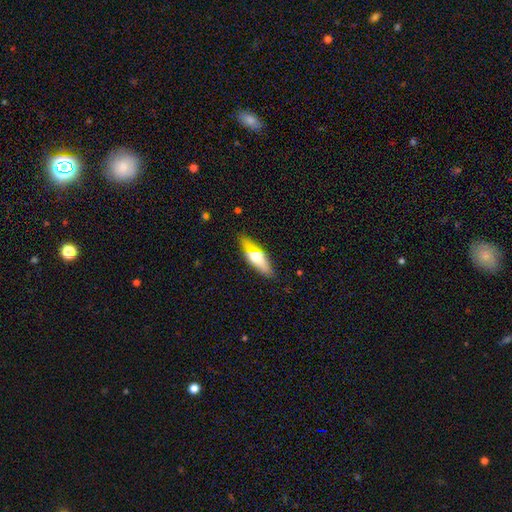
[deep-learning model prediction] smooth_or_featured: smooth (p=0.56) [alt: featured or disk p=0.37]
how_rounded: in between (p=0.48) [tied with: cigar-shaped p=0.48]
merging: none (p=0.83) [alt: minor disturbance p=0.12]